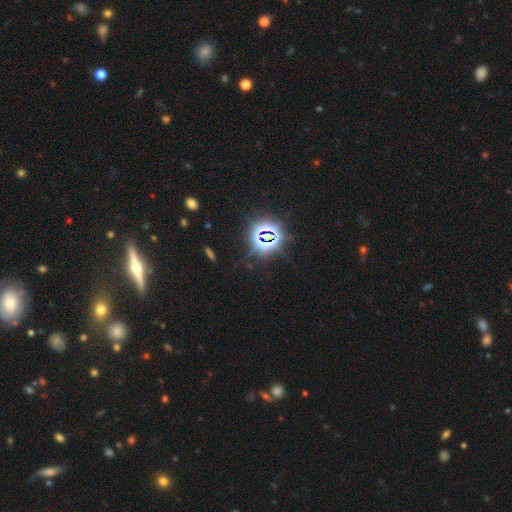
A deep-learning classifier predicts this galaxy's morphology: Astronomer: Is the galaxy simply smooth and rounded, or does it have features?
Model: star or artifact — 71%.